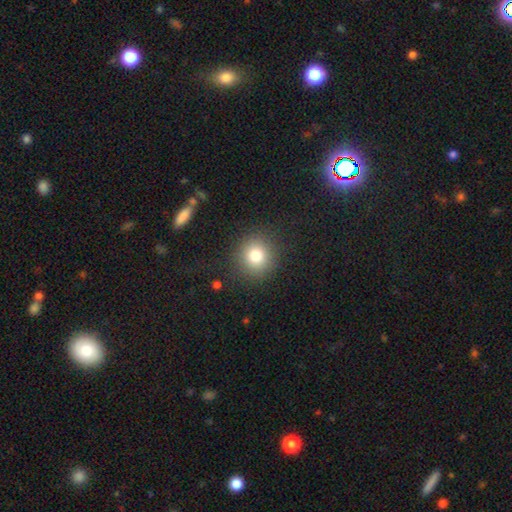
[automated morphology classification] Smooth or featured? Predicted: smooth (p=0.80). How rounded? Predicted: round (p=0.88). Merging? Predicted: none (p=0.88).